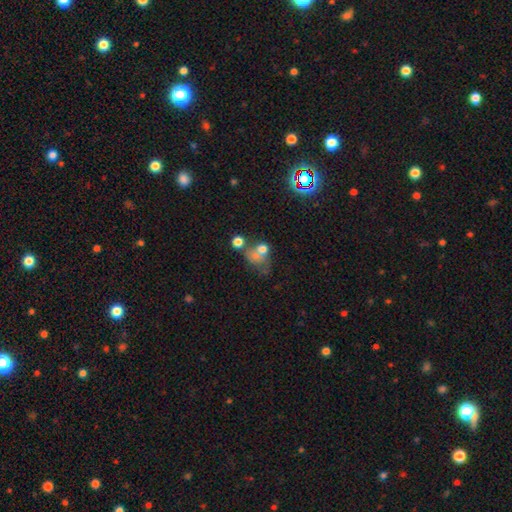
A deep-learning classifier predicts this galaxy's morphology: Smooth or featured: smooth — 45% (star or artifact — 30%)
Merging: merger — 37% (none — 33%)